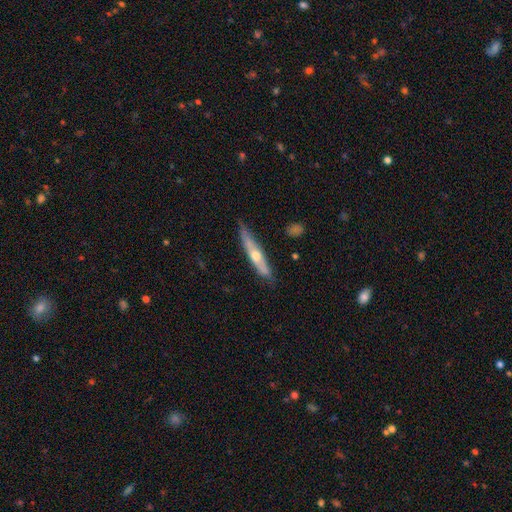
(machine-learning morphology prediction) This appears to be a featured or disk galaxy (54%) viewed edge-on (83%). Merging: none (77%).